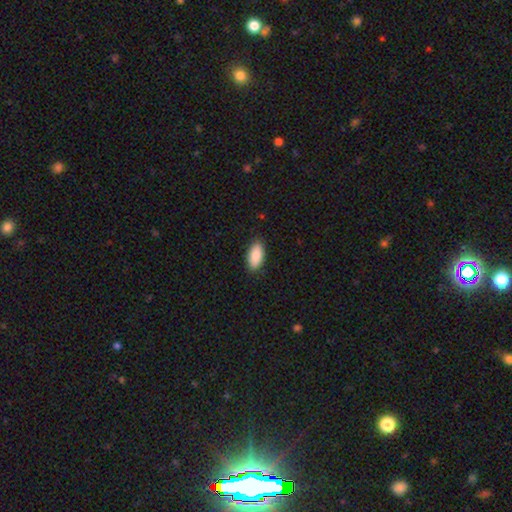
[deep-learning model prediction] Morphology: type=smooth (89%); roundness=in between (93%); merging=none (88%).